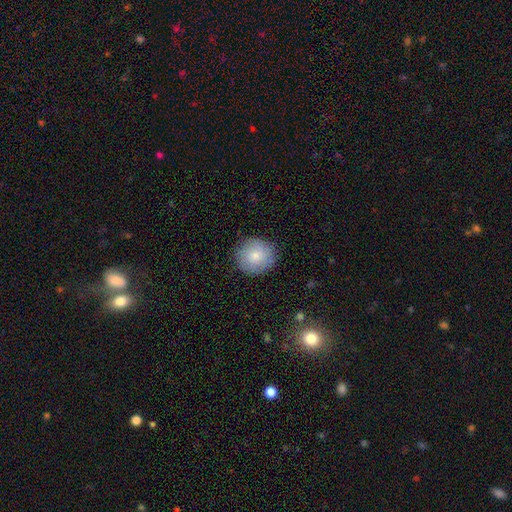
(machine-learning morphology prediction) Smooth or featured? Predicted: smooth (p=0.77). How rounded? Predicted: round (p=0.93). Merging? Predicted: none (p=0.86).